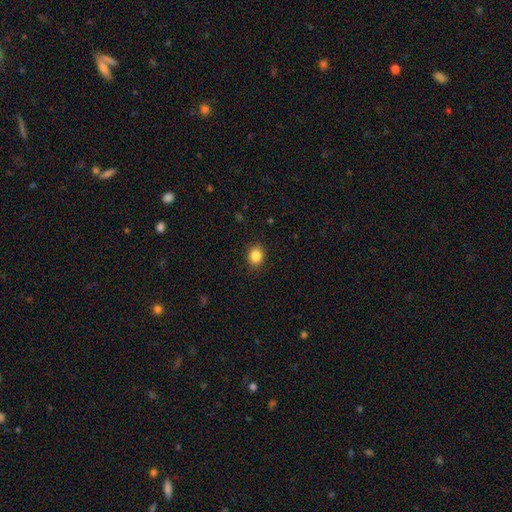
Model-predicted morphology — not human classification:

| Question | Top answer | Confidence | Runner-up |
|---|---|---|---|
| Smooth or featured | smooth | 85% | star or artifact (10%) |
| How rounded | round | 64% | in between (35%) |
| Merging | none | 89% | minor disturbance (8%) |